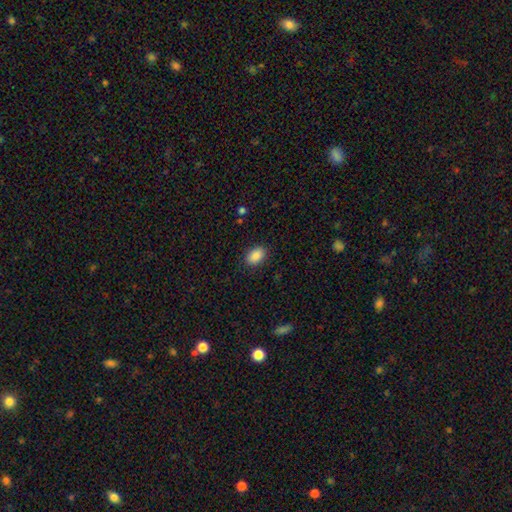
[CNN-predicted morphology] Overall: smooth (89%). How rounded: in between (87%). Merging: none (88%).